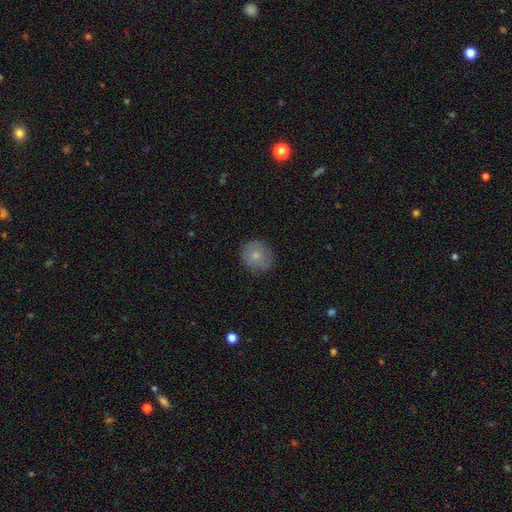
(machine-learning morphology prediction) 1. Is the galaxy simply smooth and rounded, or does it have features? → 76% smooth, 16% featured or disk, 8% star or artifact.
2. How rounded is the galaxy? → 85% round, 14% in between, 1% cigar-shaped.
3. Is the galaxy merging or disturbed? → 82% none, 14% minor disturbance, 3% major disturbance, 1% merger.